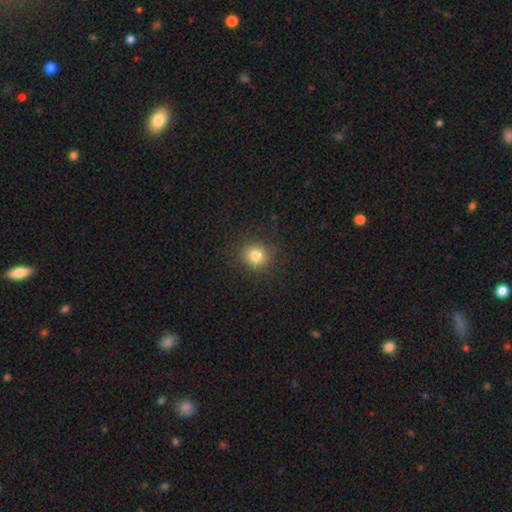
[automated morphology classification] type=smooth (81%); roundness=round (85%); merging=none (88%).